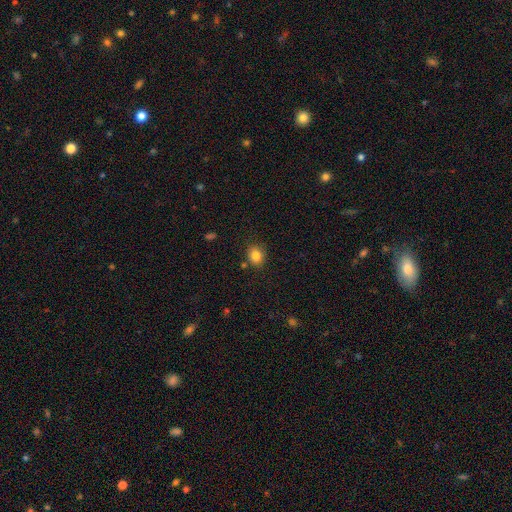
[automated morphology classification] Q: Smooth or featured?
A: smooth (83%); runner-up: star or artifact (11%)
Q: How rounded?
A: round (62%); runner-up: in between (38%)
Q: Merging?
A: none (83%); runner-up: minor disturbance (10%)